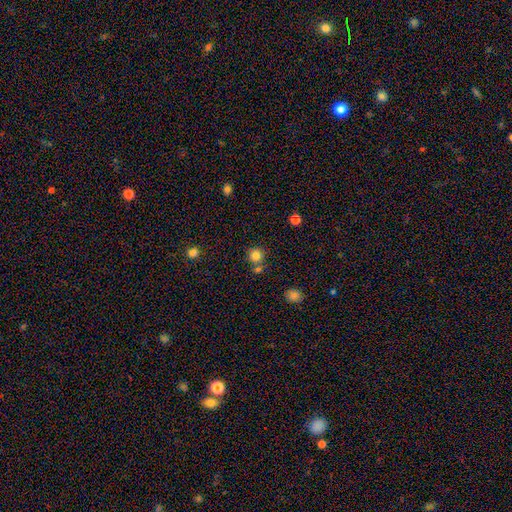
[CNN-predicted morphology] The model was most divided on "merging": none: 73%, merger: 16%, minor disturbance: 9%, major disturbance: 3%. More confident: how rounded — round (92%); smooth or featured — smooth (82%).